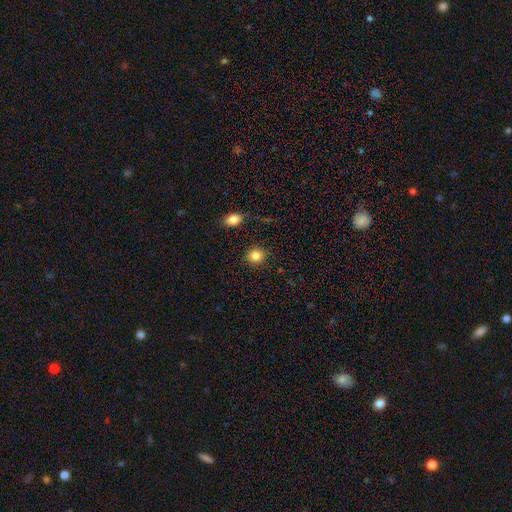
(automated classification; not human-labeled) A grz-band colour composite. It shows a smooth galaxy with no disk features (84%) that is round (80%). Merging: none (88%).